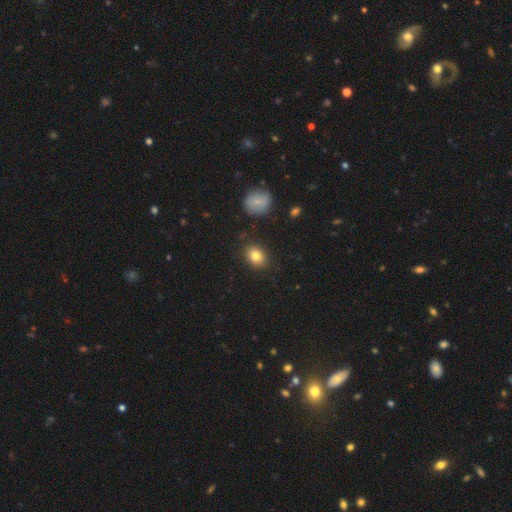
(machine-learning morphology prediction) This is clearly a smooth galaxy (81%). How rounded: possibly in between (54%). Merging: clearly none (86%).